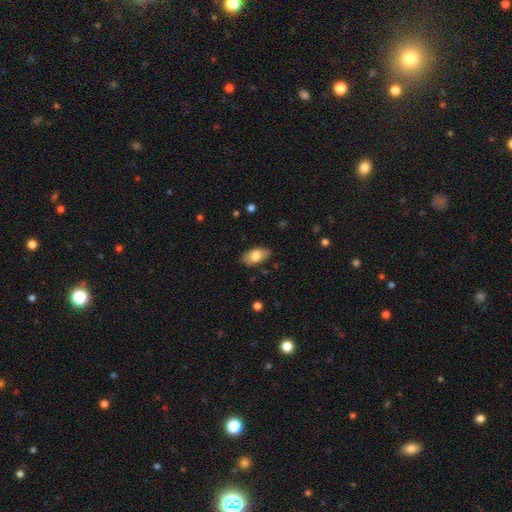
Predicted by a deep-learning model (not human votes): smooth-or-featured: smooth: 81% | featured or disk: 13% | star or artifact: 7%
  how-rounded: in between: 94% | round: 4% | cigar-shaped: 2%
  merging: none: 84% | minor disturbance: 12% | major disturbance: 3% | merger: 1%